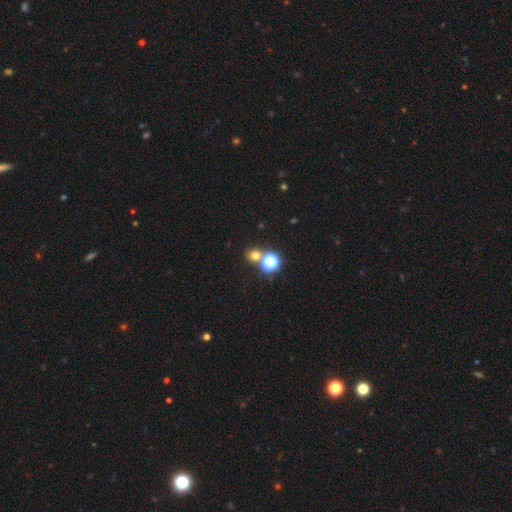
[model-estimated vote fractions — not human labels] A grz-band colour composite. It shows a smooth galaxy with no disk features (66%) that is round (81%). Merging: none (68%).